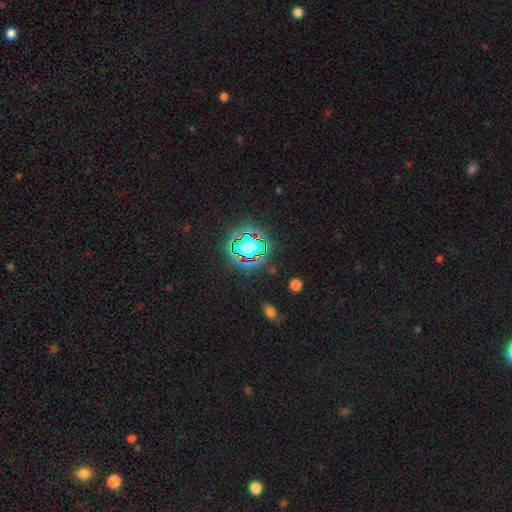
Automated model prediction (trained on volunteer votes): Smooth or featured? star or artifact (78%)